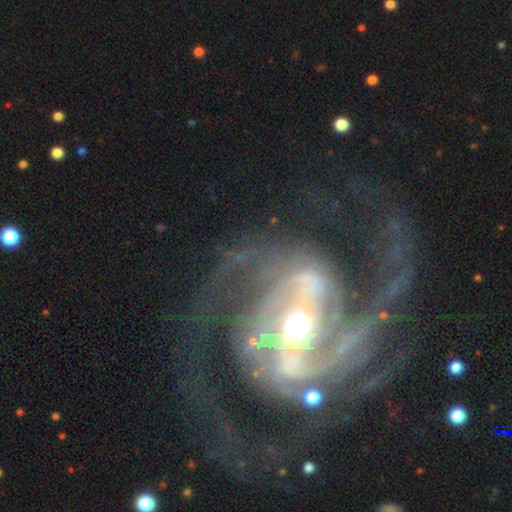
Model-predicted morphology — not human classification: featured or disk 92%, star or artifact 5%, smooth 3%. Down the decision tree: edge-on disk — no (97%); bar — strong (52%); spiral arms — yes (98%); spiral arm count — 2 (62%); spiral winding — medium (53%); bulge size — moderate (64%); merging — none (59%).